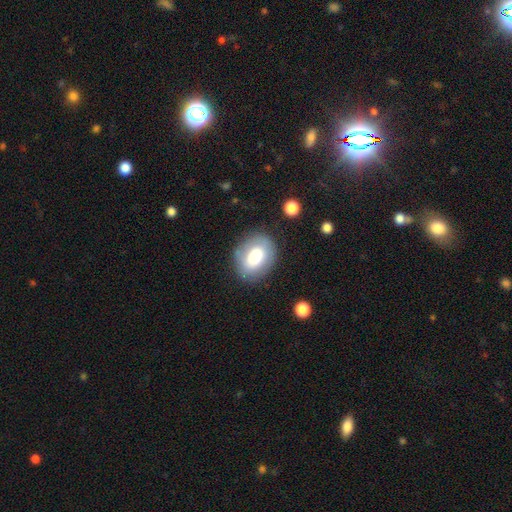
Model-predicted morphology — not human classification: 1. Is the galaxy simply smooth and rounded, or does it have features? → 72% smooth, 20% featured or disk, 8% star or artifact.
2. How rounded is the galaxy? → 65% in between, 34% round, 1% cigar-shaped.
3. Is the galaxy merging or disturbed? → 78% none, 15% minor disturbance, 5% major disturbance, 2% merger.